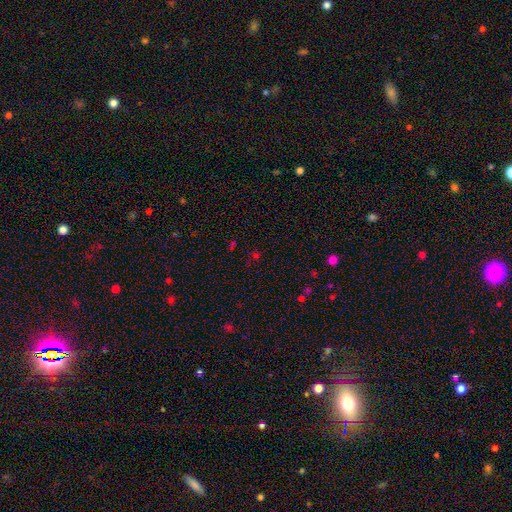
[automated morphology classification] Q: Smooth or featured?
A: star or artifact (55%); runner-up: smooth (36%)